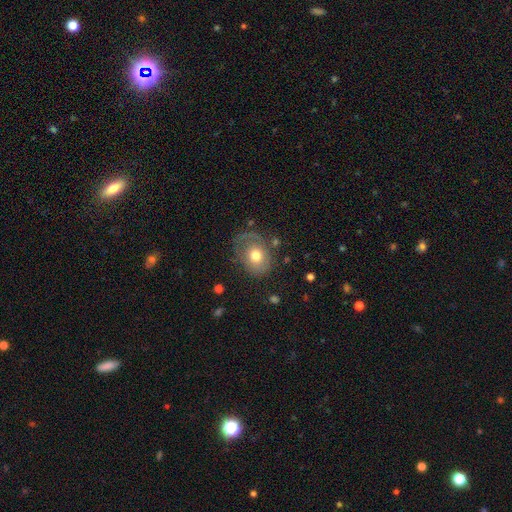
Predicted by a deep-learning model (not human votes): Smooth or featured? smooth (57%)
How rounded? in between (51%)
Merging? none (56%)